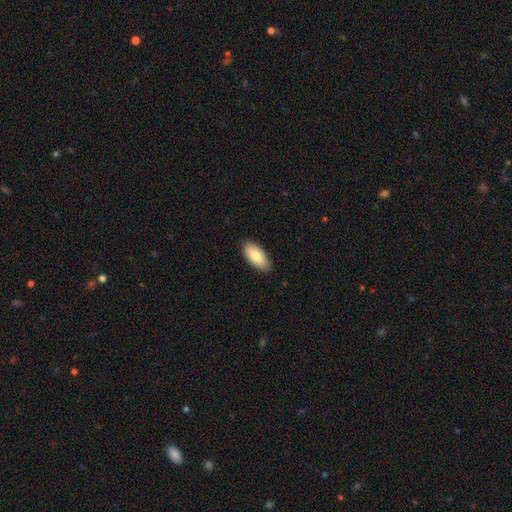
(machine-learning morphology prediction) smooth_or_featured: smooth (p=0.81) [alt: featured or disk p=0.13]
how_rounded: in between (p=0.91) [alt: cigar-shaped p=0.07]
merging: none (p=0.89) [alt: minor disturbance p=0.09]